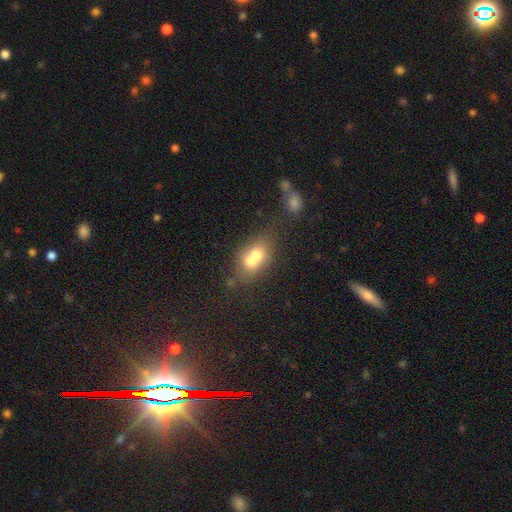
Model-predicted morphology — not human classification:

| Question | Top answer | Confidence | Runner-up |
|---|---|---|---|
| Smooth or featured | smooth | 64% | featured or disk (26%) |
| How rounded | in between | 62% | round (36%) |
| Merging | merger | 63% | none (24%) |